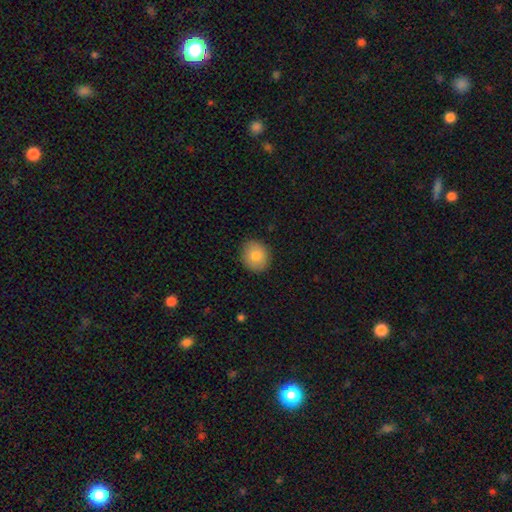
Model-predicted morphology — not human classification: This appears to be a smooth galaxy with no disk features (81%) that is round (72%). Merging: none (88%).